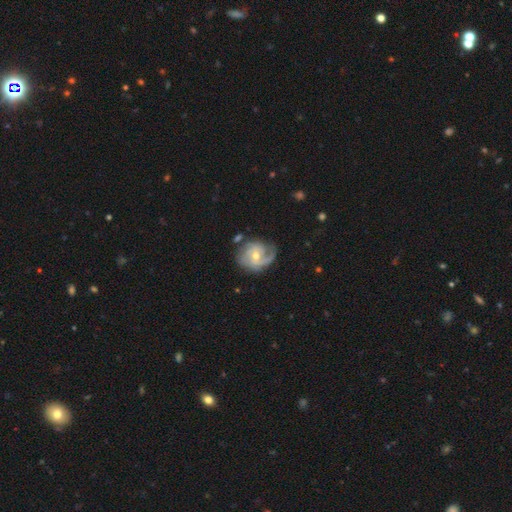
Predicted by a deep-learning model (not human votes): Overall: featured or disk (82%). Edge-on disk: no (97%). Bar: no (58%; weak 35%). Spiral arms: yes (94%). Spiral arm count: 2 (48%; 1 17%). Spiral winding: medium (42%; tight 38%). Bulge size: moderate (53%; small 43%). Merging: none (63%; minor disturbance 23%).